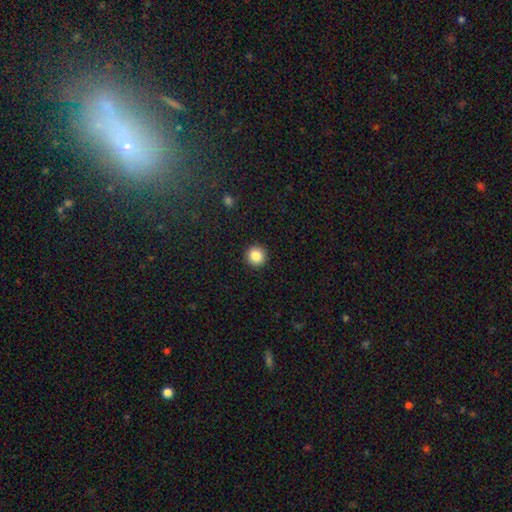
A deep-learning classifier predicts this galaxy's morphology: smooth-or-featured: smooth: 85% | star or artifact: 10% | featured or disk: 5%
  how-rounded: round: 95% | in between: 4% | cigar-shaped: 1%
  merging: none: 93% | minor disturbance: 4% | major disturbance: 2% | merger: 1%